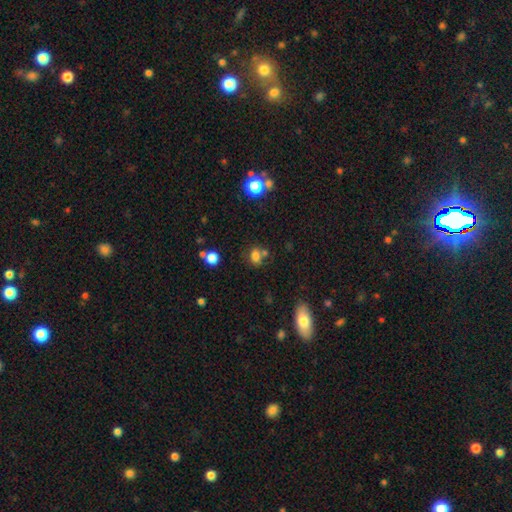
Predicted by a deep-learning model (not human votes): Q: Smooth or featured?
A: smooth (75%); runner-up: star or artifact (16%)
Q: How rounded?
A: in between (65%); runner-up: round (33%)
Q: Merging?
A: none (55%); runner-up: merger (26%)